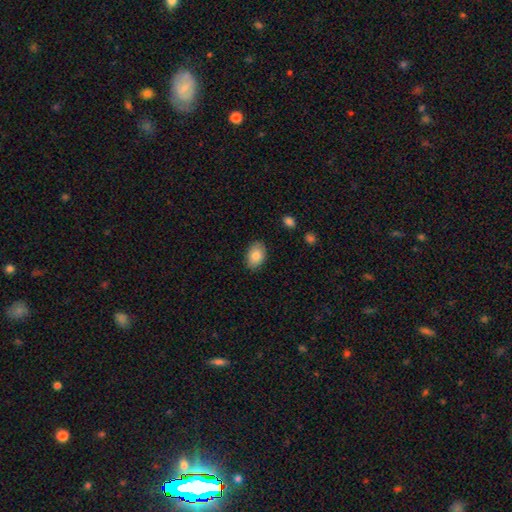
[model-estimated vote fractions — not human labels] Q: Smooth or featured?
A: smooth (84%); runner-up: featured or disk (8%)
Q: How rounded?
A: in between (83%); runner-up: round (16%)
Q: Merging?
A: none (85%); runner-up: minor disturbance (12%)